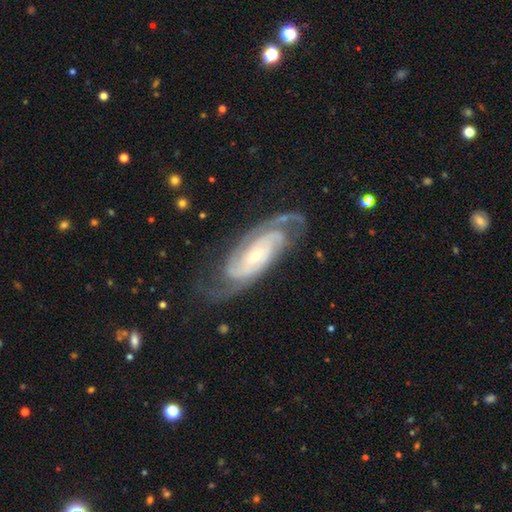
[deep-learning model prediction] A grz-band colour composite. It shows a featured or disk galaxy (91%) with no bar (56%), 2 (55%) tight (64%) spiral arms (98%) and a small central bulge (73%). Merging: none (74%).